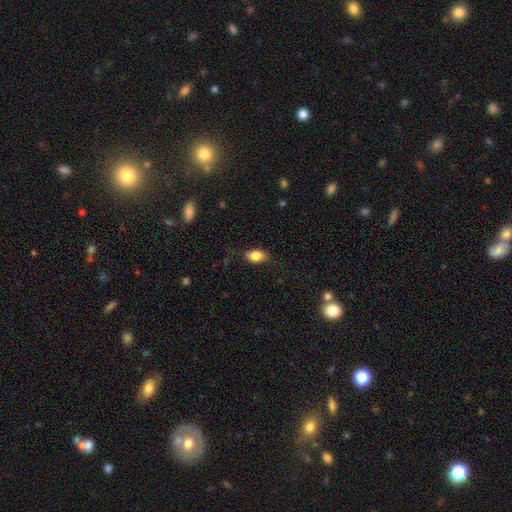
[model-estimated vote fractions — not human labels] Smooth or featured? Predicted: smooth (p=0.83). How rounded? Predicted: in between (p=0.86). Merging? Predicted: none (p=0.77).